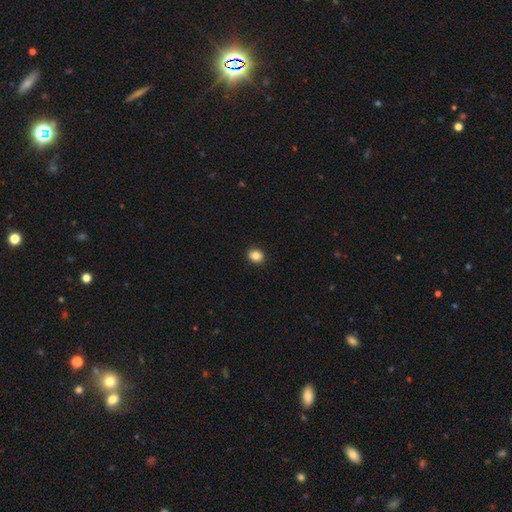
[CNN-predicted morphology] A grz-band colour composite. It shows a smooth galaxy with no disk features (86%) that is round (66%). Merging: none (92%).